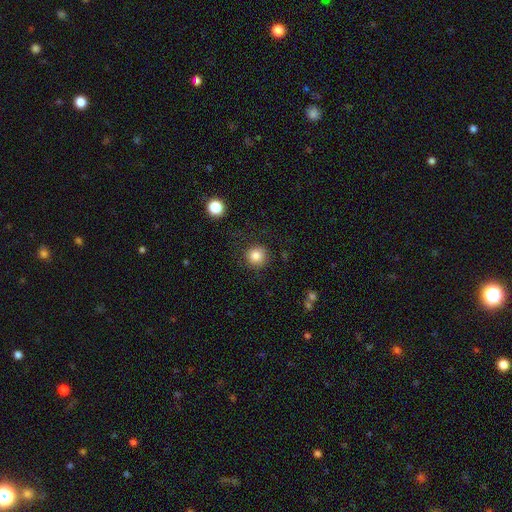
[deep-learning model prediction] smooth-or-featured: smooth: 84% | star or artifact: 11% | featured or disk: 5%
  how-rounded: round: 92% | in between: 7% | cigar-shaped: 1%
  merging: none: 84% | minor disturbance: 10% | major disturbance: 4% | merger: 2%